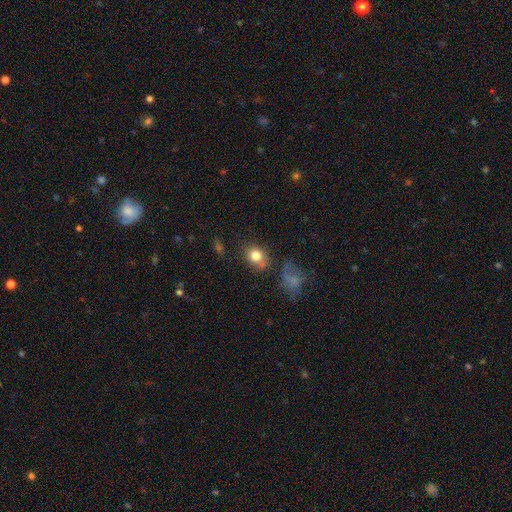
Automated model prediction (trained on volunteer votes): smooth 81%, star or artifact 11%, featured or disk 9%. Down the decision tree: how rounded — round (51%); merging — none (69%).